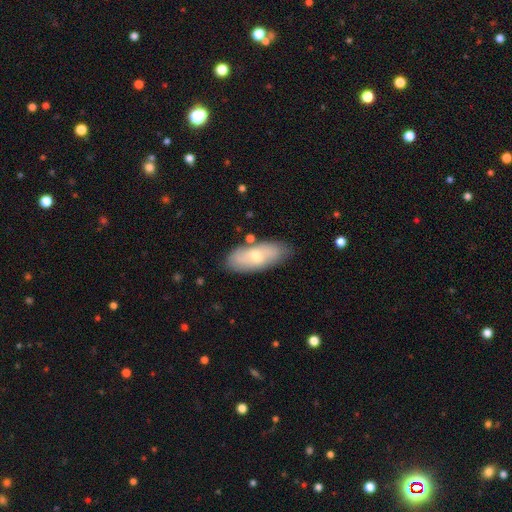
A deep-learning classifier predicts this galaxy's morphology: Smooth or featured: smooth — 54% (featured or disk — 39%)
How rounded: in between — 82% (cigar-shaped — 15%)
Merging: none — 78% (minor disturbance — 15%)